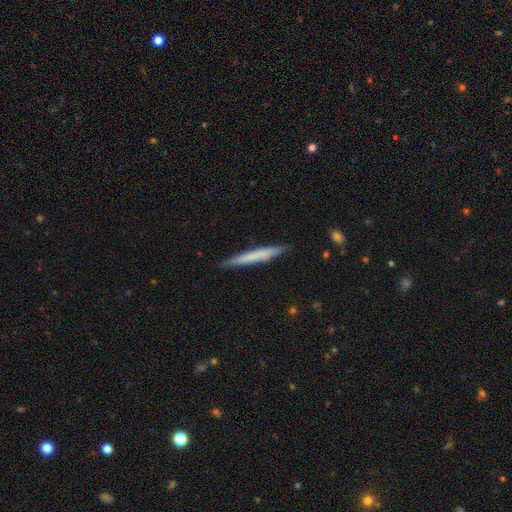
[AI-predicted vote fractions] Smooth or featured? smooth (63%)
How rounded? cigar-shaped (96%)
Merging? none (88%)